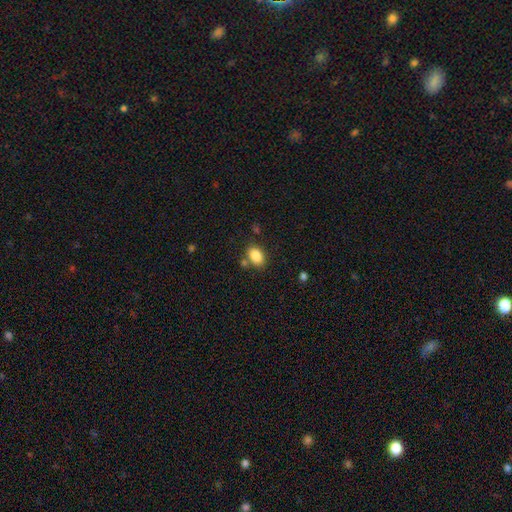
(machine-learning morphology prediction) This is clearly a smooth galaxy (86%). How rounded: clearly in between (83%). Merging: likely none (75%).